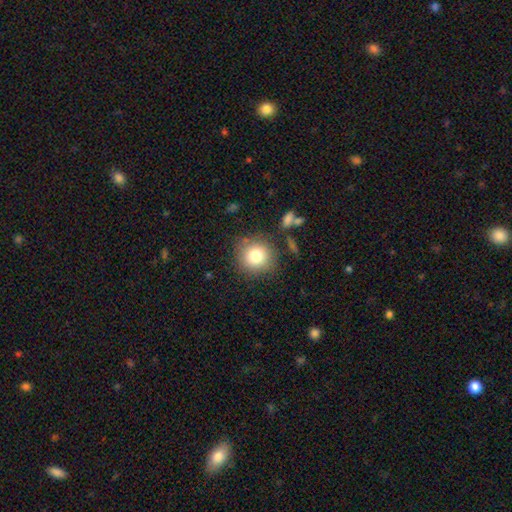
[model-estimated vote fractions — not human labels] A smooth galaxy with no disk features (80%) that is round (92%). Merging: none (82%).